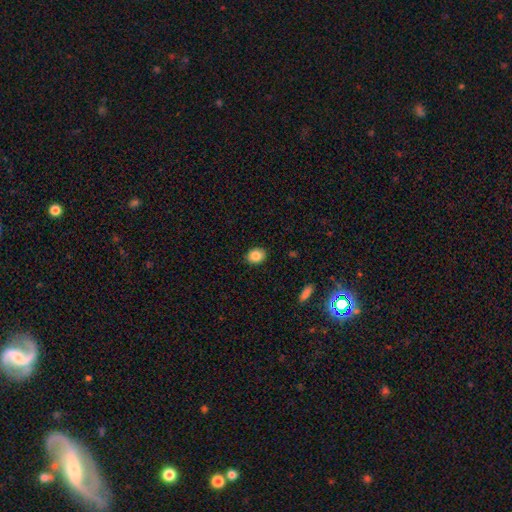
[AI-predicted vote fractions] Smooth or featured? smooth (87%)
How rounded? in between (51%)
Merging? none (89%)